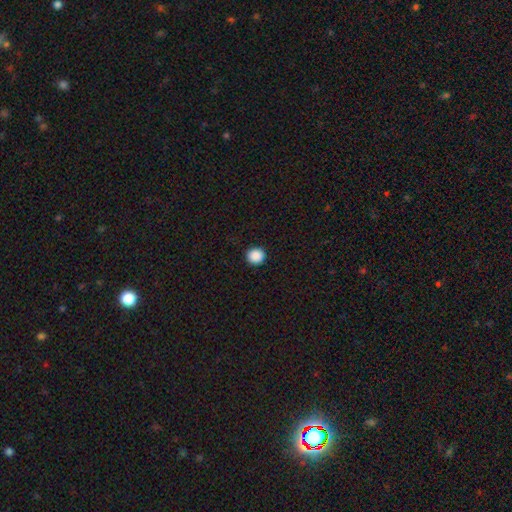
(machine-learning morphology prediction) Smooth or featured? Predicted: smooth (p=0.89). How rounded? Predicted: round (p=0.91). Merging? Predicted: none (p=0.93).